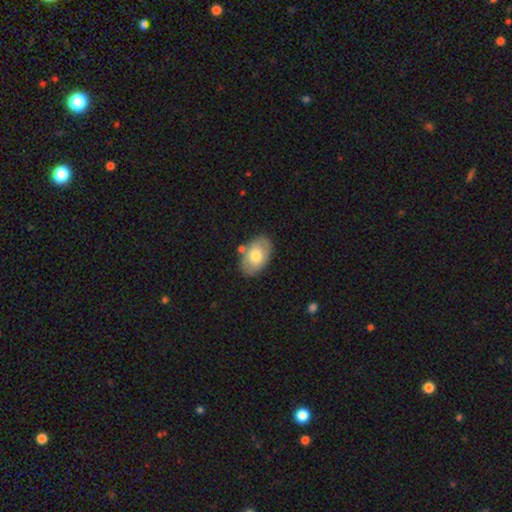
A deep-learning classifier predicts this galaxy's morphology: A smooth galaxy with no disk features (67%) that is in between round and cigar-shaped (90%).

Vote fractions:
- Smooth or featured? smooth: 67% / featured or disk: 27% / star or artifact: 6%
- How rounded? in between: 90% / round: 9% / cigar-shaped: 1%
- Merging? none: 77% / minor disturbance: 14% / merger: 6% / major disturbance: 3%